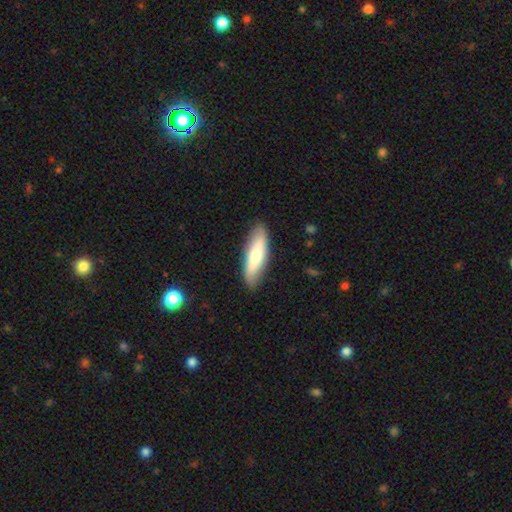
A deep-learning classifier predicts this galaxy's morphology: Smooth or featured? smooth (70%)
How rounded? cigar-shaped (57%)
Merging? none (86%)